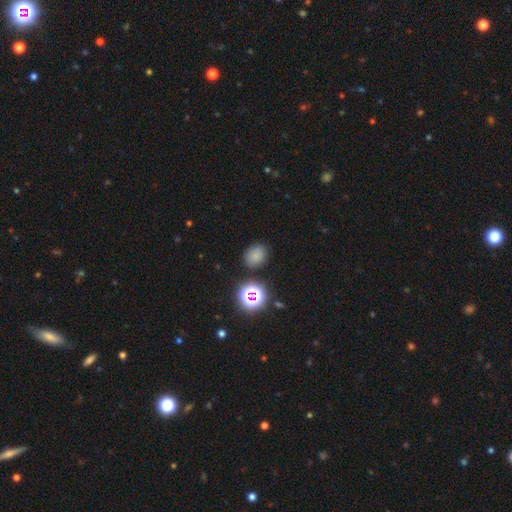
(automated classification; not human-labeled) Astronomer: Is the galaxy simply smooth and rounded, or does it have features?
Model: smooth — 73%.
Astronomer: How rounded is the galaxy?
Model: round — 50% (runner-up: in between, 49%).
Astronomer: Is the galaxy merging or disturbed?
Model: none — 82%.